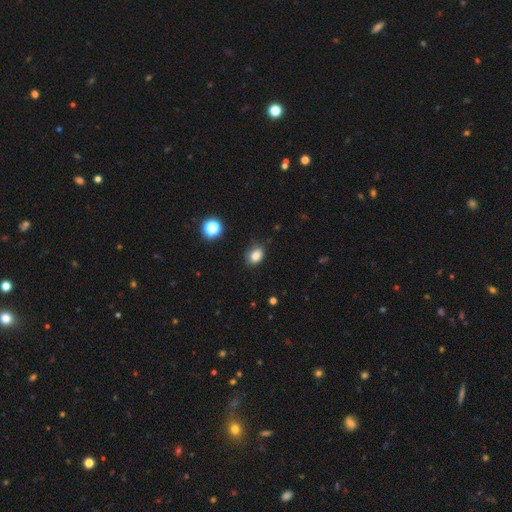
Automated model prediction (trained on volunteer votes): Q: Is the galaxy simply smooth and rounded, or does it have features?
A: smooth — 83%.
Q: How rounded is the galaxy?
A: in between — 67%.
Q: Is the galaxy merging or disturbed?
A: none — 77%.